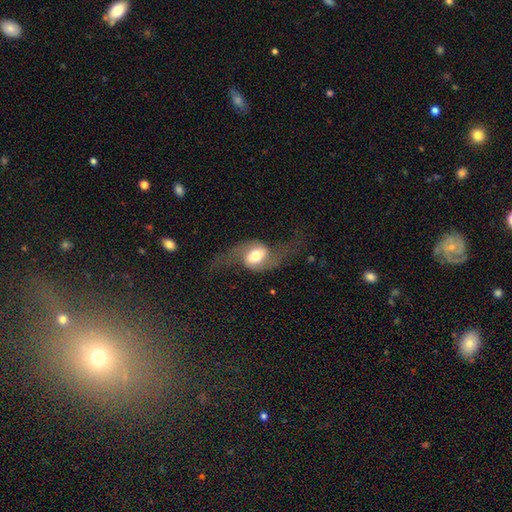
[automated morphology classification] Overall: featured or disk (81%). Edge-on disk: no (94%). Bar: weak (40%; no 35%). Spiral arms: yes (93%). Spiral arm count: 2 (94%). Spiral winding: loose (84%). Bulge size: moderate (61%; large 26%). Merging: none (66%).